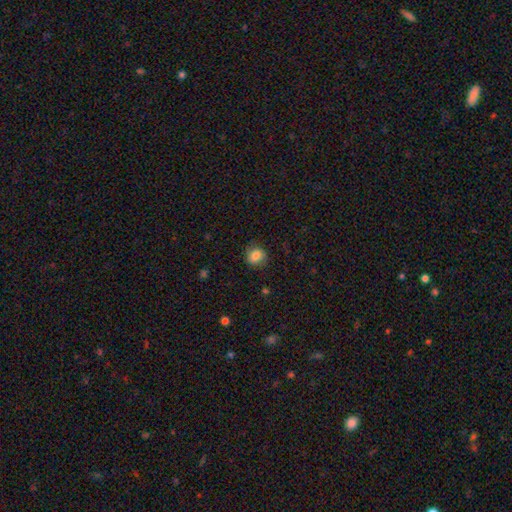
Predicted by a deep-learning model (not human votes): Overall: smooth (81%). How rounded: round (73%). Merging: none (80%).